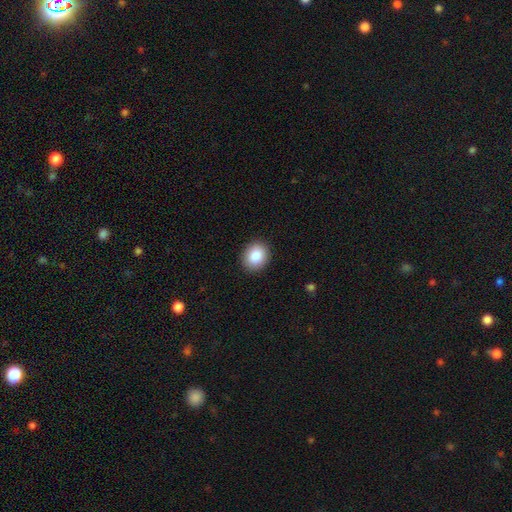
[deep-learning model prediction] Morphology: type=smooth (87%); roundness=round (61%); merging=none (91%).